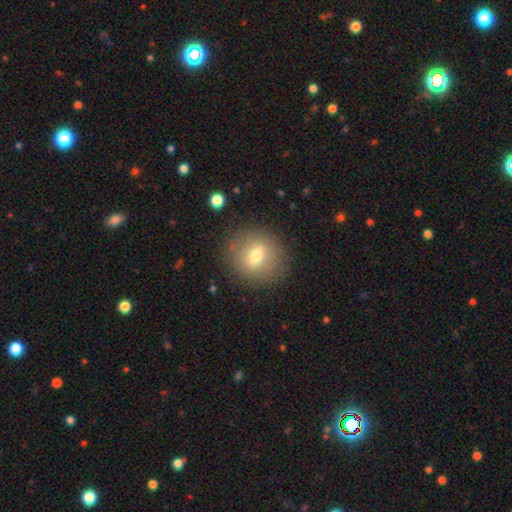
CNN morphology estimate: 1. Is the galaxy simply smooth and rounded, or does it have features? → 66% smooth, 24% featured or disk, 11% star or artifact.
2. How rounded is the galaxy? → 86% round, 13% in between, 1% cigar-shaped.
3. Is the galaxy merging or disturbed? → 86% none, 9% minor disturbance, 4% major disturbance, 1% merger.